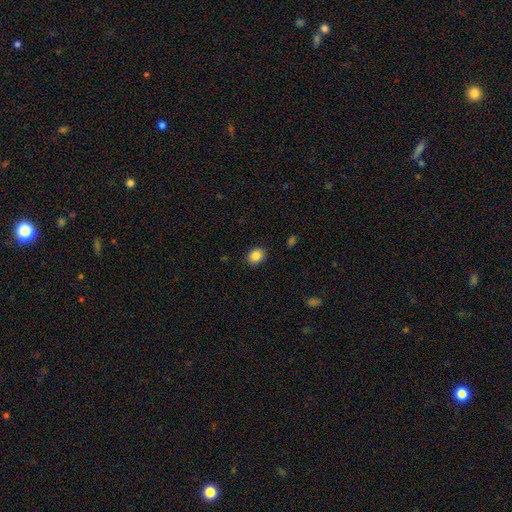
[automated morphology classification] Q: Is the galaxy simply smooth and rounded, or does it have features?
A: smooth — 86%.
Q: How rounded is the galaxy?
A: in between — 52%.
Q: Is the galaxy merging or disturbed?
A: none — 90%.